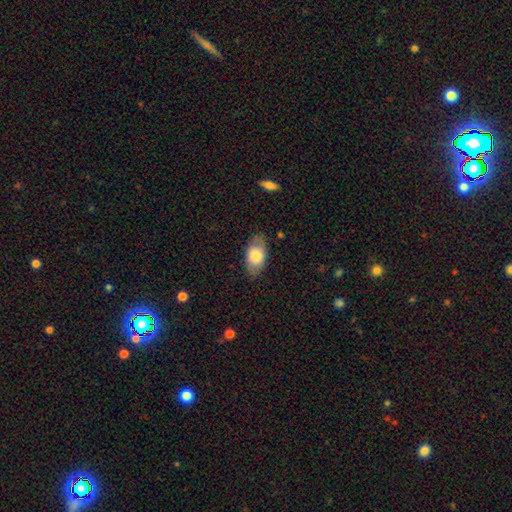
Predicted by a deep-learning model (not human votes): Smooth or featured?
  - smooth: 75% *
  - featured or disk: 19%
  - star or artifact: 6%
How rounded?
  - in between: 92% *
  - round: 6%
  - cigar-shaped: 2%
Merging?
  - none: 77% *
  - minor disturbance: 17%
  - major disturbance: 5%
  - merger: 1%